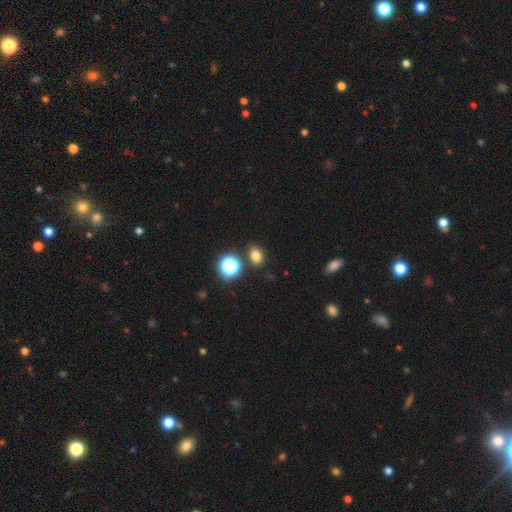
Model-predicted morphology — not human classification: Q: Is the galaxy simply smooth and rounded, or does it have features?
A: smooth — 77%.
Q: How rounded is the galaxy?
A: in between — 62%.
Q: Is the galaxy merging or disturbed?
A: none — 81%.